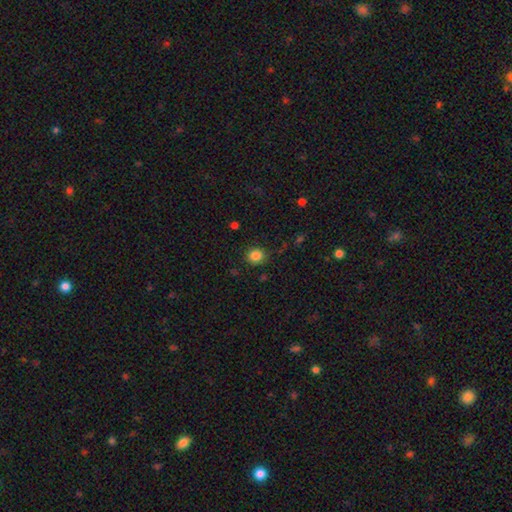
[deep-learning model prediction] A smooth galaxy with no disk features (84%) that is round (82%).

Vote fractions:
- Smooth or featured? smooth: 84% / star or artifact: 11% / featured or disk: 4%
- How rounded? round: 82% / in between: 18% / cigar-shaped: 1%
- Merging? none: 87% / minor disturbance: 9% / major disturbance: 3% / merger: 1%